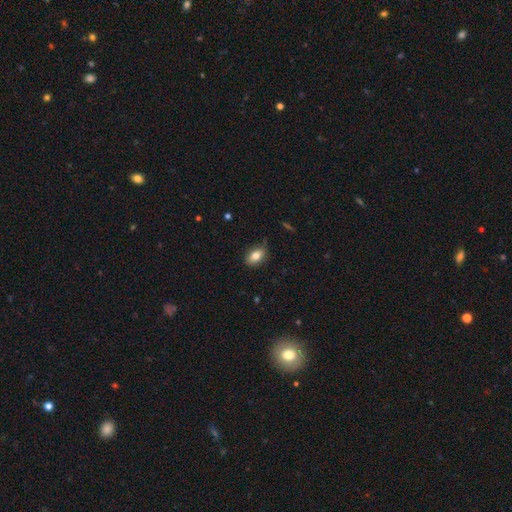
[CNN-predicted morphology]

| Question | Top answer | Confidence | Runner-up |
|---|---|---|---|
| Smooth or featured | smooth | 77% | featured or disk (15%) |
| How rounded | in between | 88% | round (9%) |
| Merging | none | 80% | minor disturbance (16%) |